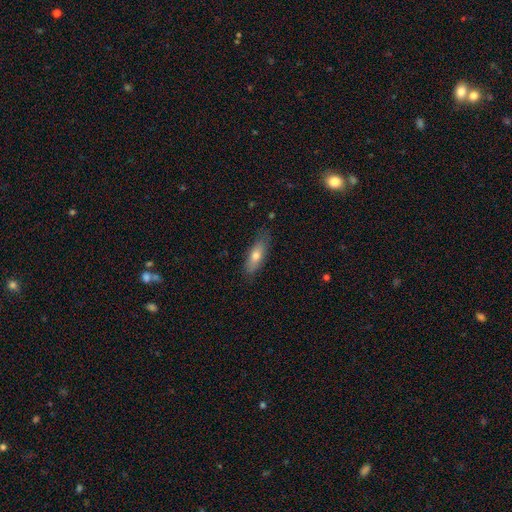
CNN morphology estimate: smooth_or_featured: smooth (p=0.68) [alt: featured or disk p=0.25]
how_rounded: in between (p=0.59) [alt: cigar-shaped p=0.38]
merging: none (p=0.76) [alt: minor disturbance p=0.19]